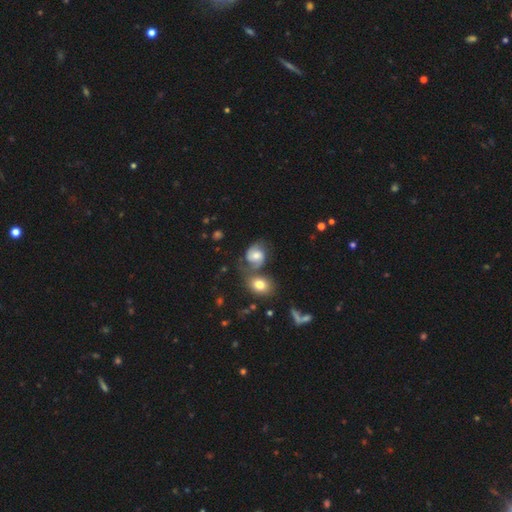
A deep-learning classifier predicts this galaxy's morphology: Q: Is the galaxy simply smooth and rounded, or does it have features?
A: featured or disk — 66%.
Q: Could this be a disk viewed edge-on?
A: no — 98%.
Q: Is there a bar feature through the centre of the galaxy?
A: no — 57%.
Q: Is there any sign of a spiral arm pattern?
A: yes — 91%.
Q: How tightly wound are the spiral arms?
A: medium — 52%.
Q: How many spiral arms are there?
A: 2 — 88%.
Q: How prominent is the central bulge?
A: moderate — 59%.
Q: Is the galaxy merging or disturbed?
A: none — 48%.